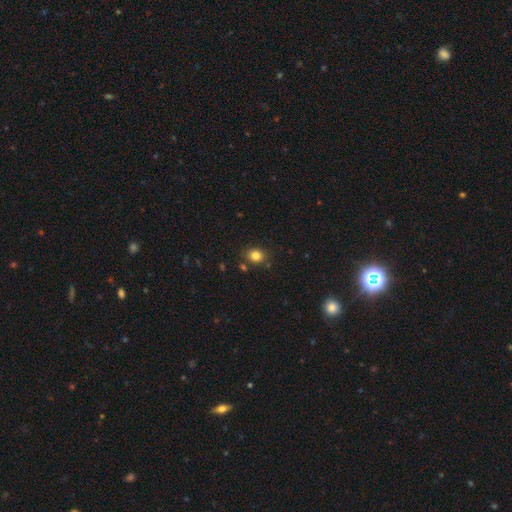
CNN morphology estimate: type=smooth (82%); roundness=round (62%); merging=none (81%).